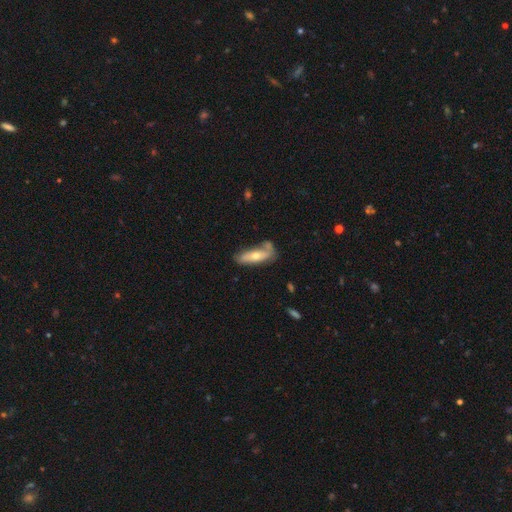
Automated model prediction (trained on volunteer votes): A smooth galaxy with no disk features (54%) that is in between round and cigar-shaped (57%). Merging: none (51%).